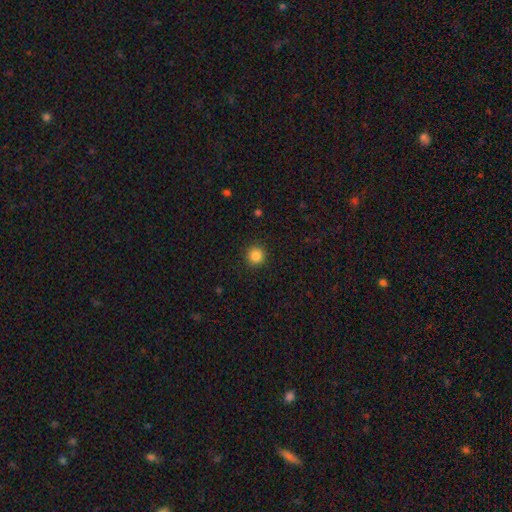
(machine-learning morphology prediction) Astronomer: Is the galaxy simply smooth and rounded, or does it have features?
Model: smooth — 85%.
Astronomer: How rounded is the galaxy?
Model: round — 95%.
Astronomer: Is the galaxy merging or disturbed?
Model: none — 92%.